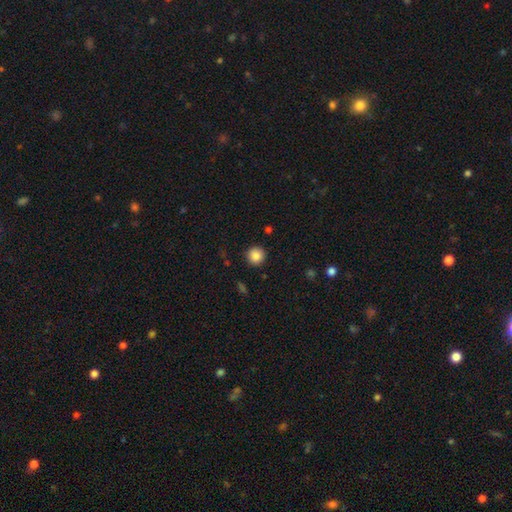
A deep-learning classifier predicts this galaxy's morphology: smooth 86%, star or artifact 10%, featured or disk 4%. Down the decision tree: how rounded — round (95%); merging — none (91%).